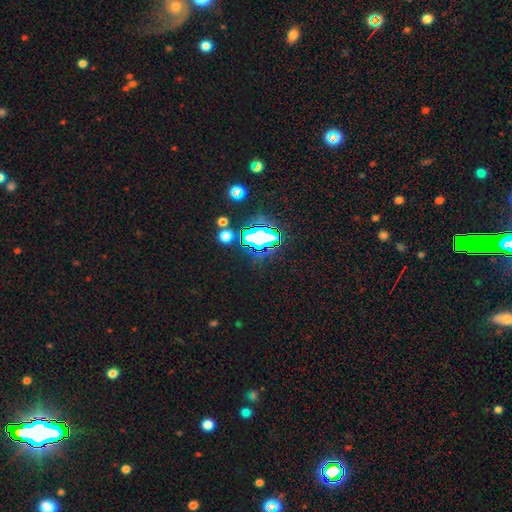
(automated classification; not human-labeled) A star or artifact, not a galaxy (81%).

Vote fractions:
- Smooth or featured? star or artifact: 81% / smooth: 12% / featured or disk: 7%